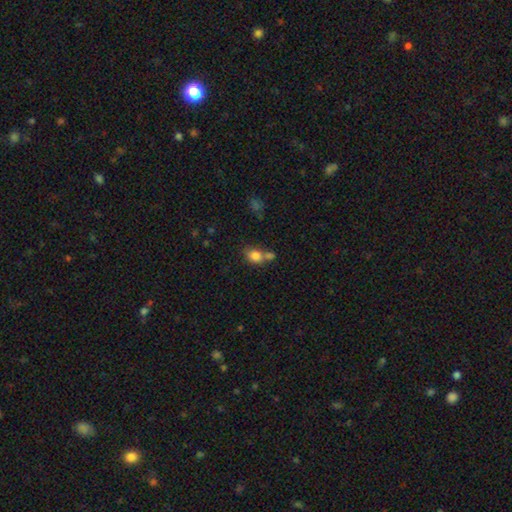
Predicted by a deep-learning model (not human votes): A smooth galaxy with no disk features (80%) that is in between round and cigar-shaped (49%, tied with round). Merging: merger (43%).